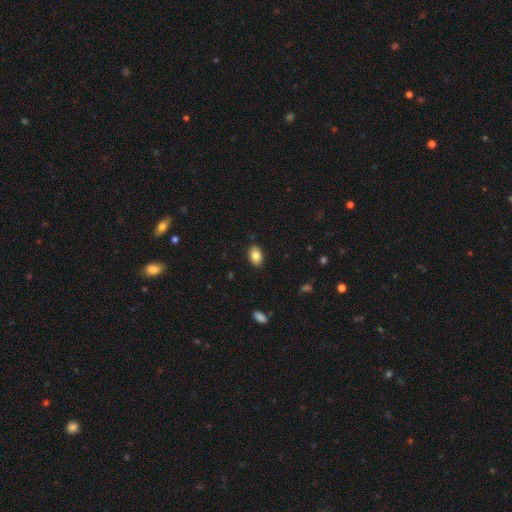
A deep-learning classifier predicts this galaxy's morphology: Smooth or featured? smooth (84%)
How rounded? in between (83%)
Merging? none (89%)